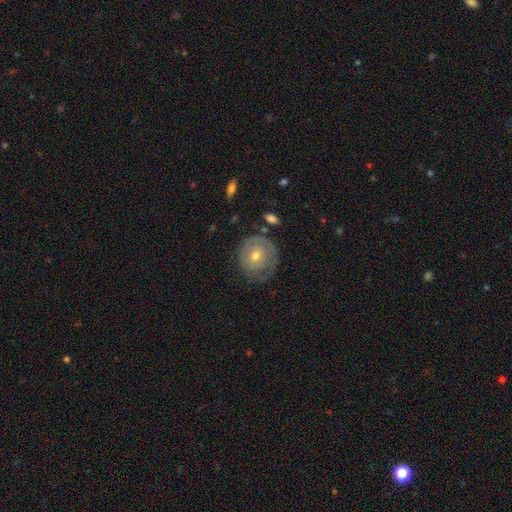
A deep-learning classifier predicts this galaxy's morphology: smooth_or_featured: featured or disk (p=0.49) [alt: smooth p=0.44]
merging: none (p=0.63) [alt: minor disturbance p=0.24]